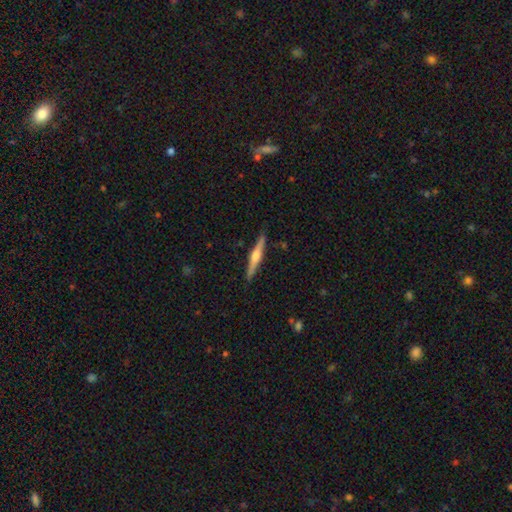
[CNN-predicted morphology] A featured or disk galaxy (71%) viewed edge-on (98%) with a rounded central bulge (89%).

Vote fractions:
- Smooth or featured? featured or disk: 71% / smooth: 23% / star or artifact: 5%
- Edge-on disk? yes: 98% / no: 2%
- Edge-on bulge? rounded: 89% / boxy: 7% / none: 4%
- Merging? none: 90% / minor disturbance: 7% / major disturbance: 1% / merger: 1%